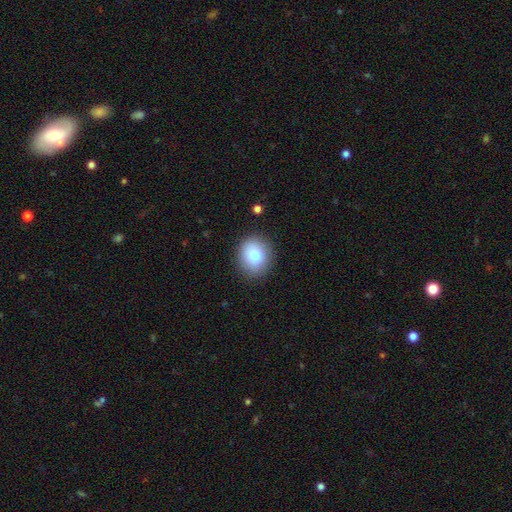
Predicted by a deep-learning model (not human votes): The model was most divided on "how rounded": round: 58%, in between: 41%, cigar-shaped: 1%. More confident: merging — none (87%); smooth or featured — smooth (81%).